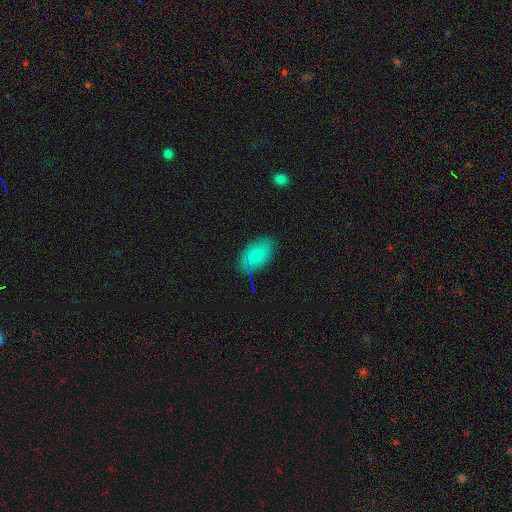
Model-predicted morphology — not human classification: Smooth or featured? smooth (70%)
How rounded? in between (92%)
Merging? none (64%)